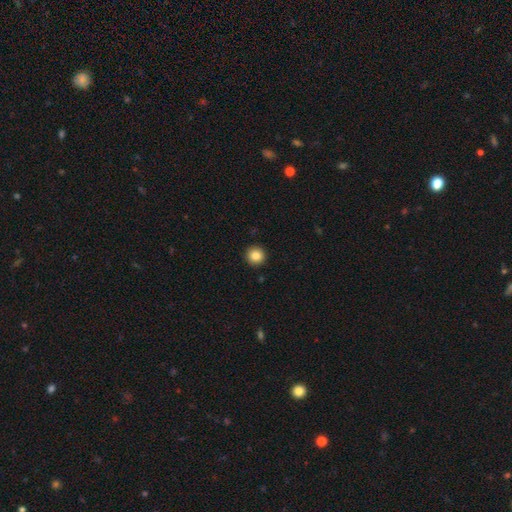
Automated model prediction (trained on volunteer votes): smooth 85%, star or artifact 10%, featured or disk 5%. Down the decision tree: how rounded — round (95%); merging — none (93%).